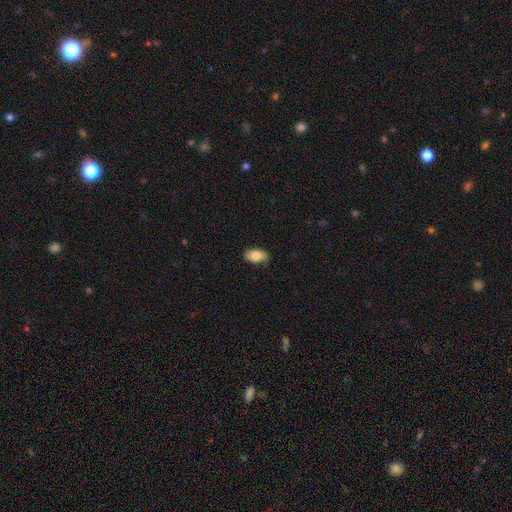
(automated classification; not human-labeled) Smooth or featured: smooth — 79% (featured or disk — 14%)
How rounded: in between — 93% (round — 4%)
Merging: none — 82% (minor disturbance — 15%)